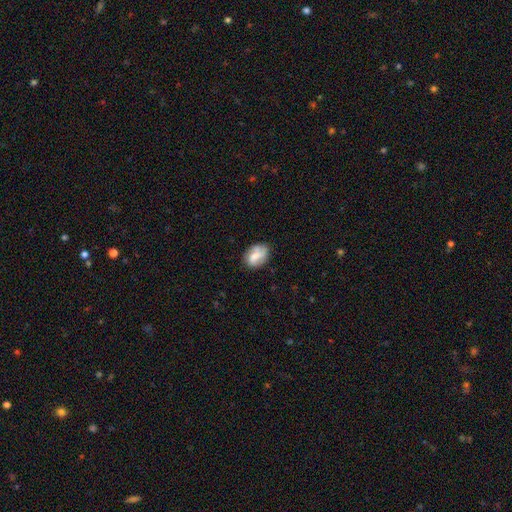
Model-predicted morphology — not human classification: smooth_or_featured: smooth (p=0.61) [alt: featured or disk p=0.31]
how_rounded: in between (p=0.74) [alt: round p=0.24]
merging: none (p=0.60) [alt: minor disturbance p=0.26]